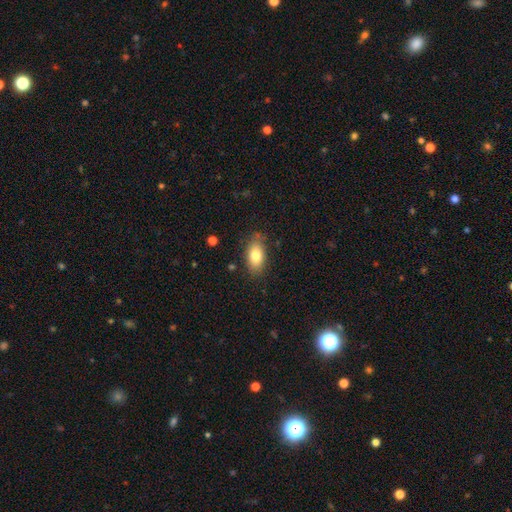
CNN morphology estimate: Smooth or featured? Predicted: smooth (p=0.80). How rounded? Predicted: in between (p=0.90). Merging? Predicted: none (p=0.80).